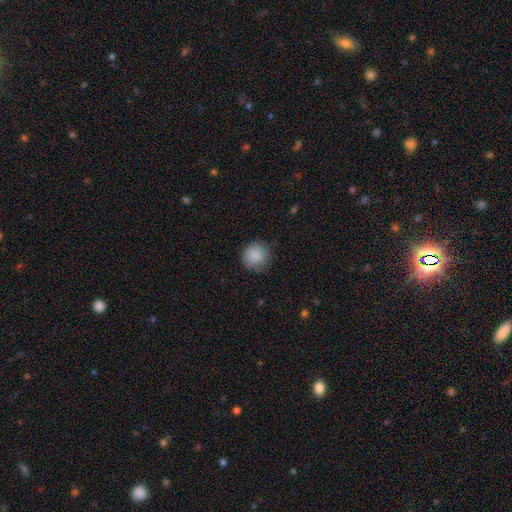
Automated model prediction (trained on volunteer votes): Q: Smooth or featured?
A: smooth (88%); runner-up: star or artifact (8%)
Q: How rounded?
A: round (93%); runner-up: in between (6%)
Q: Merging?
A: none (80%); runner-up: minor disturbance (16%)